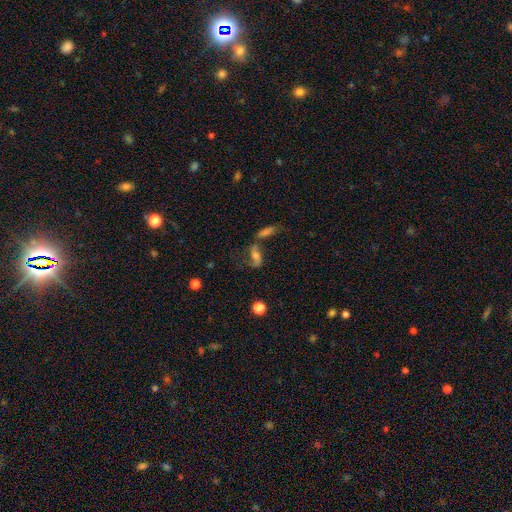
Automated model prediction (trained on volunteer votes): smooth_or_featured: featured or disk (p=0.51) [alt: smooth p=0.34]
disk_edge_on: no (p=0.87) [alt: yes p=0.13]
merging: none (p=0.40) [alt: merger p=0.32]